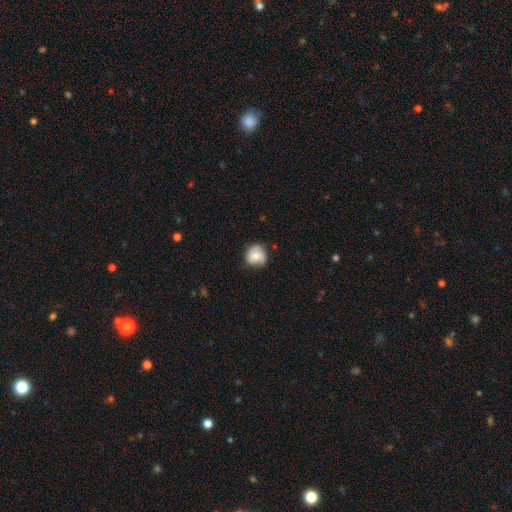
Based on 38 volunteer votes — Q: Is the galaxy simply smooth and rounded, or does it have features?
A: smooth — 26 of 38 (68%).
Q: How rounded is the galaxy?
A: round — 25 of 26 (96%).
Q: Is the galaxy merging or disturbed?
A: none — 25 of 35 (71%).